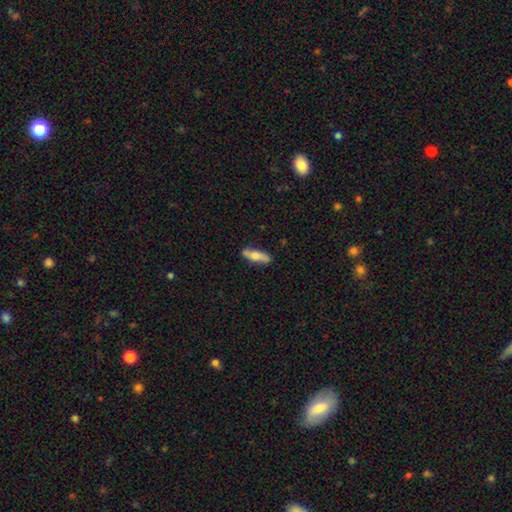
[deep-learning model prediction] Smooth or featured: smooth — 63% (featured or disk — 31%)
How rounded: cigar-shaped — 52% (in between — 45%)
Merging: none — 81% (minor disturbance — 15%)